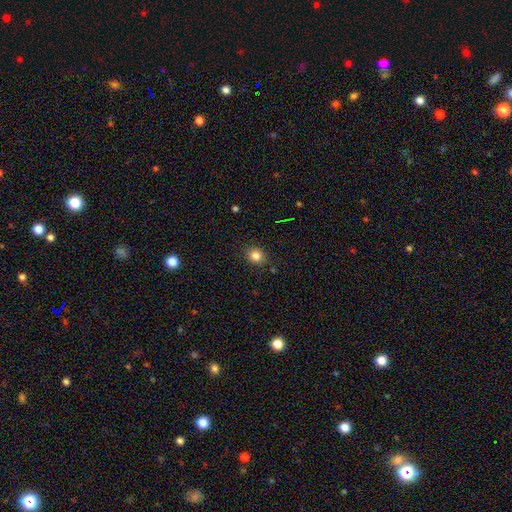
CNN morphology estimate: This is clearly a smooth galaxy (82%). How rounded: likely round (72%). Merging: clearly none (87%).